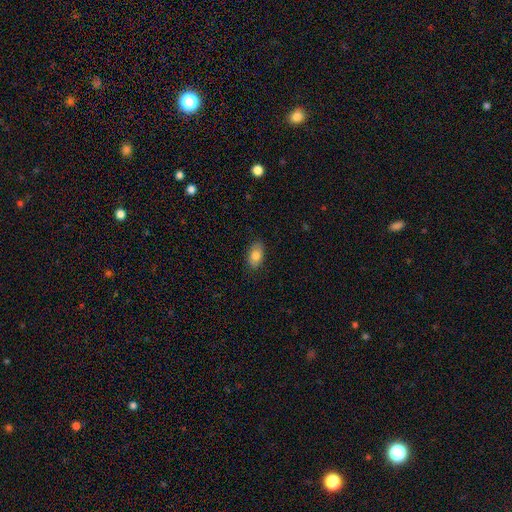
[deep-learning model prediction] A smooth galaxy with no disk features (81%) that is in between round and cigar-shaped (91%). Merging: none (85%).